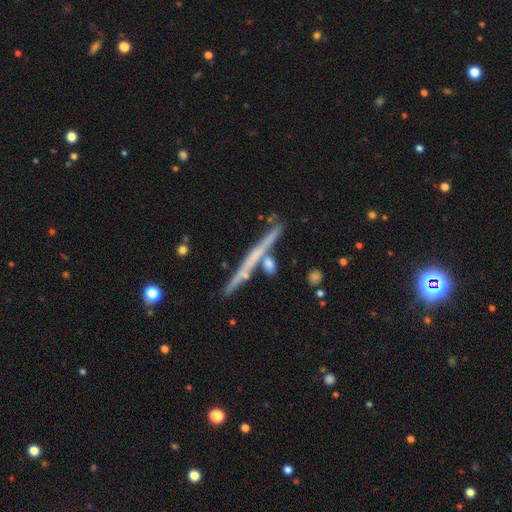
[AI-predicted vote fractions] Smooth or featured? Predicted: featured or disk (p=0.62). Edge-on disk? Predicted: yes (p=0.96). Edge-on bulge? Predicted: none (p=0.78). Merging? Predicted: none (p=0.77).